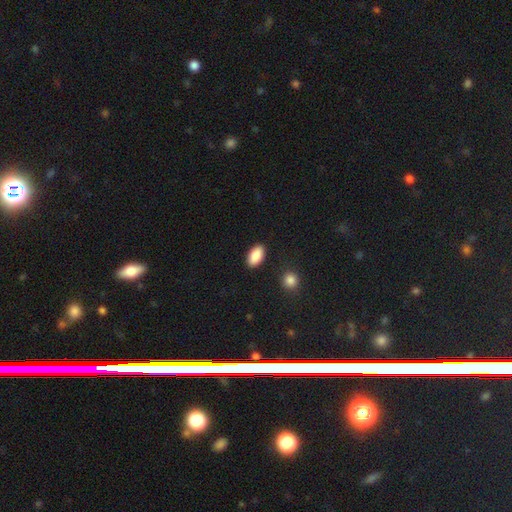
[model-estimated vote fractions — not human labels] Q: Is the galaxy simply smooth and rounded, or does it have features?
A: smooth — 89%.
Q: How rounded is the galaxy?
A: in between — 94%.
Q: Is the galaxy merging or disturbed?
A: none — 88%.